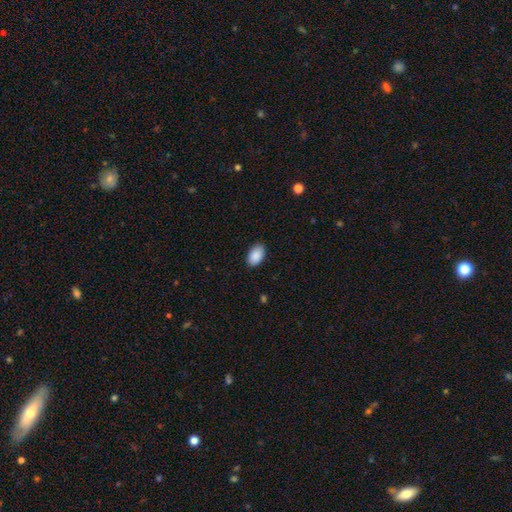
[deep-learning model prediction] smooth 90%, star or artifact 6%, featured or disk 3%. Down the decision tree: how rounded — in between (93%); merging — none (87%).